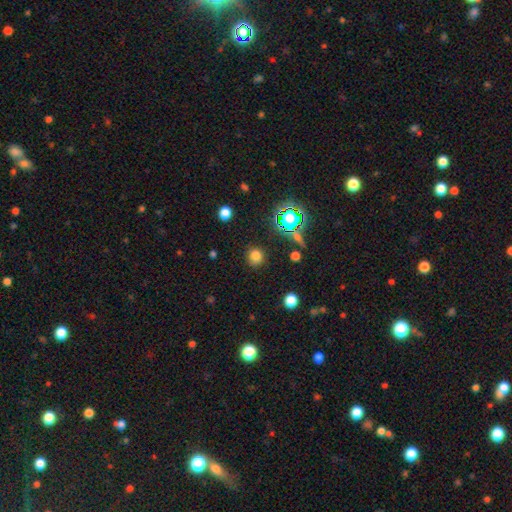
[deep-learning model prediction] Q: Smooth or featured?
A: smooth (75%); runner-up: star or artifact (19%)
Q: How rounded?
A: round (90%); runner-up: in between (9%)
Q: Merging?
A: none (87%); runner-up: minor disturbance (8%)